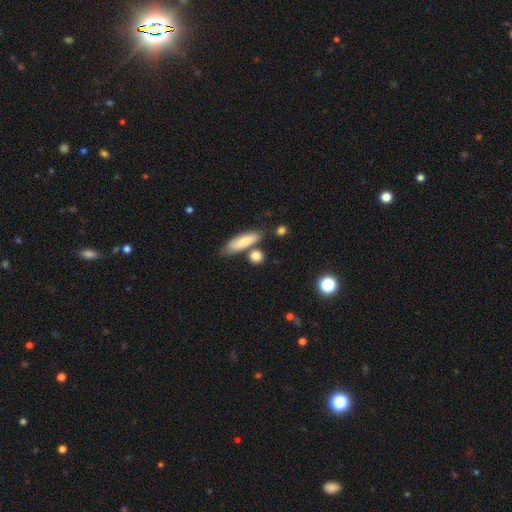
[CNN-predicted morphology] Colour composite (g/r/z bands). It shows a smooth galaxy with no disk features (82%) that is round (55%). Merging: none (69%).